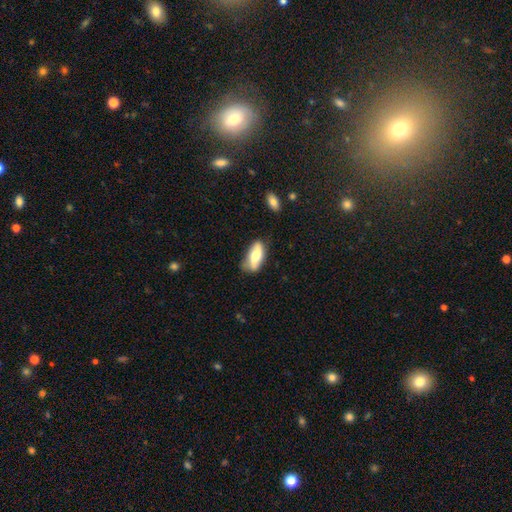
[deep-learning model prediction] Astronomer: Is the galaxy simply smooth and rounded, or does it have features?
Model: smooth — 64%.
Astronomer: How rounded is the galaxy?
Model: in between — 80%.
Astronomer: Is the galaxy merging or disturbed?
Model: none — 67%.